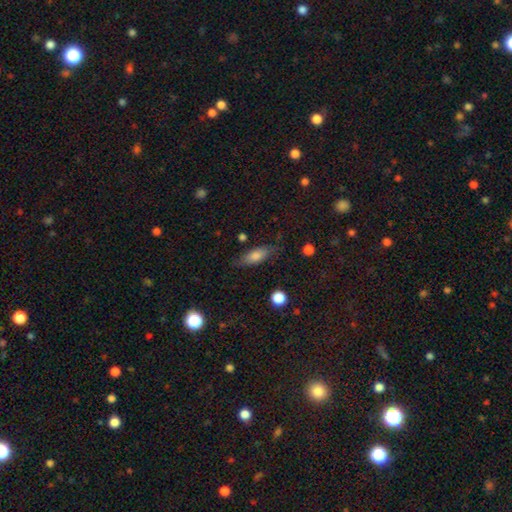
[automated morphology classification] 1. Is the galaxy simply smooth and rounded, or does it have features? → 74% smooth, 18% featured or disk, 8% star or artifact.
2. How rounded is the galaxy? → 68% in between, 29% cigar-shaped, 3% round.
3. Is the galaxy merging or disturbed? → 77% none, 17% minor disturbance, 5% major disturbance, 2% merger.